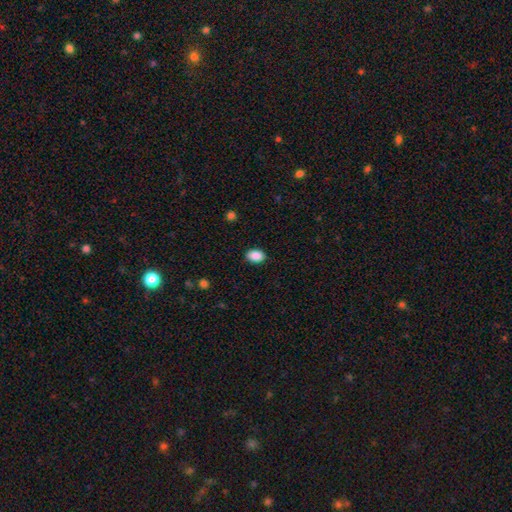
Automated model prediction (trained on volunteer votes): smooth-or-featured: smooth: 89% | star or artifact: 7% | featured or disk: 3%
  how-rounded: in between: 85% | round: 14% | cigar-shaped: 1%
  merging: none: 89% | minor disturbance: 9% | major disturbance: 2% | merger: 1%